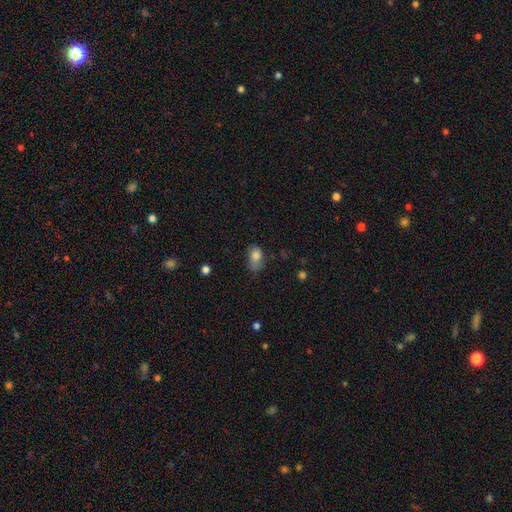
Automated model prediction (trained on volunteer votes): This is clearly a smooth galaxy (81%). How rounded: clearly in between (81%). Merging: marginally none (40%).